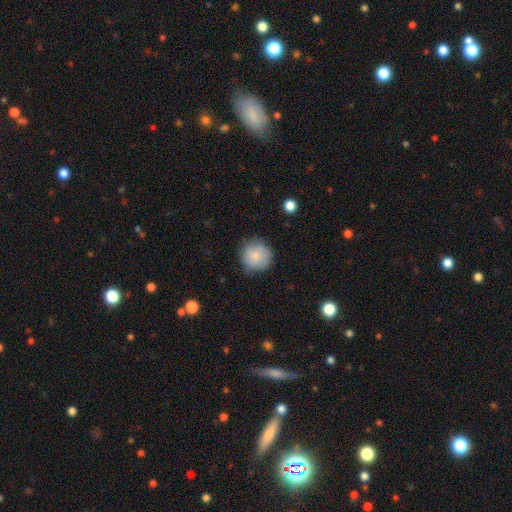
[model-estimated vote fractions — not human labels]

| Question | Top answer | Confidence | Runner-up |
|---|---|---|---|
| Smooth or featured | smooth | 76% | featured or disk (17%) |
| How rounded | round | 93% | in between (6%) |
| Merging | none | 77% | minor disturbance (18%) |